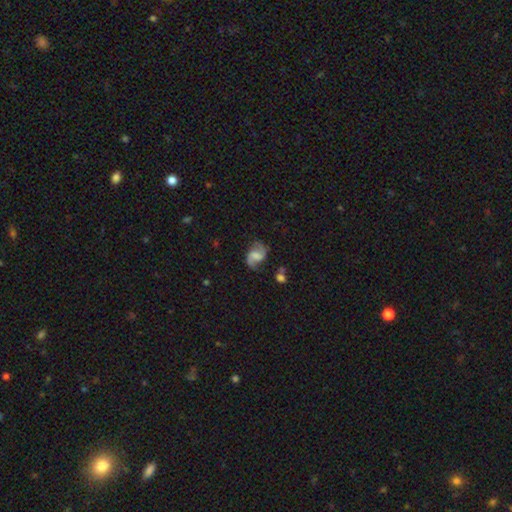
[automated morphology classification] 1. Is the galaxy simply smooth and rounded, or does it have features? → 79% featured or disk, 14% smooth, 7% star or artifact.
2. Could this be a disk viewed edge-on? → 98% no, 2% yes.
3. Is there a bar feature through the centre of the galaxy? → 51% weak, 28% no, 21% strong.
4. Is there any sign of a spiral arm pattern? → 95% yes, 5% no.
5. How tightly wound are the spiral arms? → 51% loose, 40% medium, 9% tight.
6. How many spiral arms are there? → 92% 2, 3% can't tell, 2% 1, 1% 3, 1% 4, 1% more than 4.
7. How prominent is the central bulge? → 37% none, 26% moderate, 23% small, 11% large, 2% dominant.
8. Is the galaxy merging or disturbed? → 73% none, 17% minor disturbance, 7% major disturbance, 3% merger.